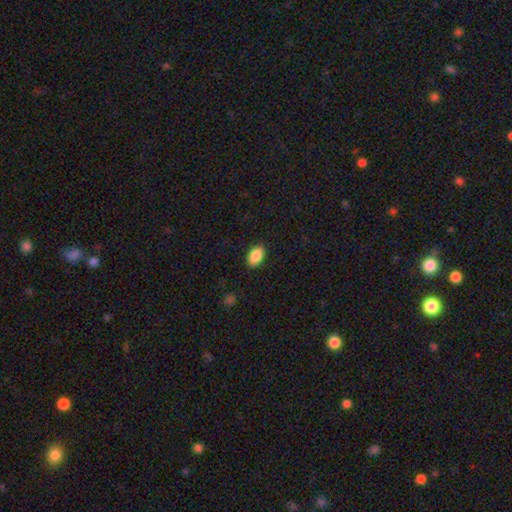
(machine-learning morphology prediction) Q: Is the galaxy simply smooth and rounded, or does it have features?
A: smooth — 88%.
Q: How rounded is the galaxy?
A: in between — 92%.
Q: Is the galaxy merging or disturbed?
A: none — 89%.